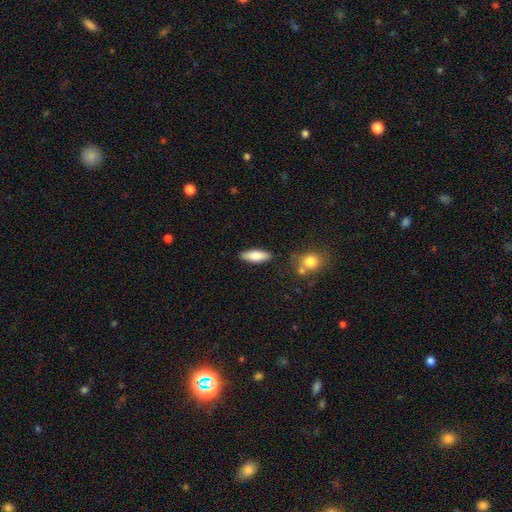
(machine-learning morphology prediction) Q: Smooth or featured?
A: smooth (79%); runner-up: featured or disk (15%)
Q: How rounded?
A: in between (62%); runner-up: cigar-shaped (36%)
Q: Merging?
A: none (84%); runner-up: minor disturbance (11%)